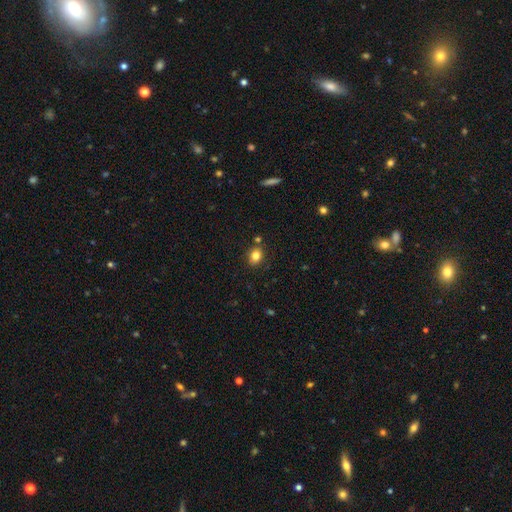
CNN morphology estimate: A smooth galaxy with no disk features (81%) that is round (51%). Merging: none (81%).